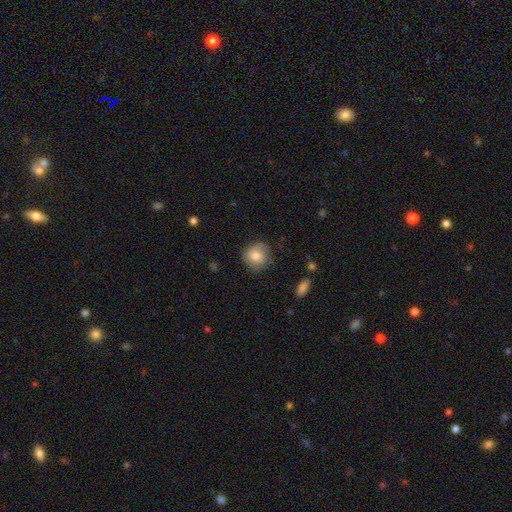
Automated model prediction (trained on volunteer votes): The model was most divided on "smooth or featured": smooth: 74%, featured or disk: 19%, star or artifact: 7%. More confident: how rounded — round (86%); merging — none (75%).